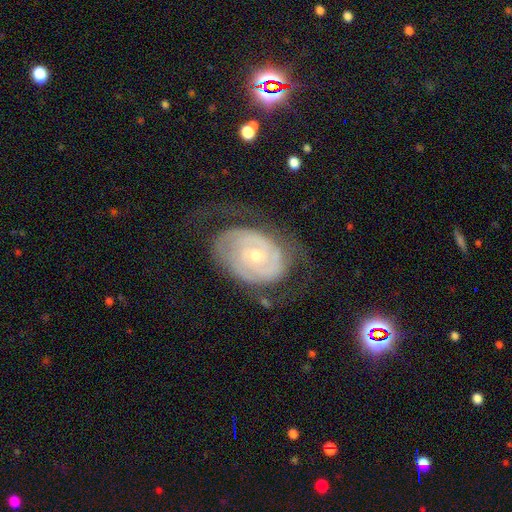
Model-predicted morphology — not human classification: Smooth or featured? featured or disk (83%)
Edge-on disk? no (96%)
Bar? no (71%)
Spiral arms? yes (90%)
Spiral winding? tight (67%)
Spiral arm count? 2 (47%)
Bulge size? small (58%)
Merging? none (58%)